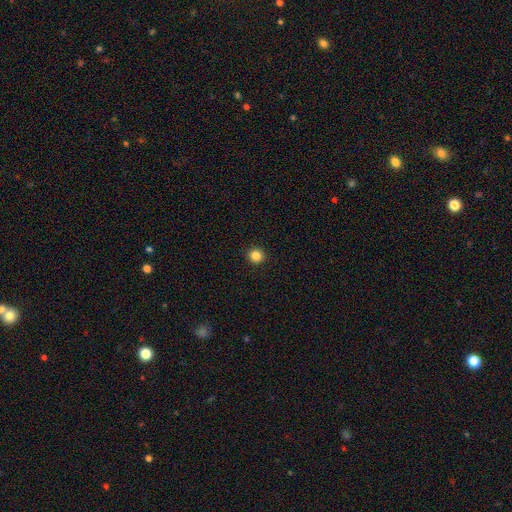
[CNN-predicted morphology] smooth_or_featured: smooth (p=0.85) [alt: star or artifact p=0.11]
how_rounded: round (p=0.94) [alt: in between p=0.05]
merging: none (p=0.93) [alt: minor disturbance p=0.04]